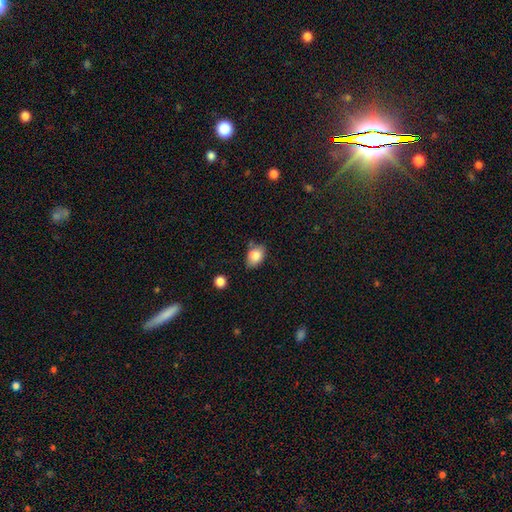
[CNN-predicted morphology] smooth-or-featured: smooth: 84% | star or artifact: 8% | featured or disk: 8%
  how-rounded: in between: 76% | round: 22% | cigar-shaped: 1%
  merging: none: 66% | minor disturbance: 23% | merger: 6% | major disturbance: 4%